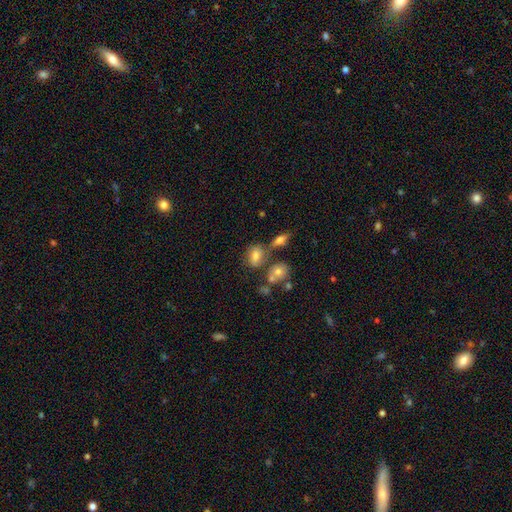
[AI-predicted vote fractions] This is likely a smooth galaxy (71%). How rounded: likely in between (63%). Merging: possibly none (56%).